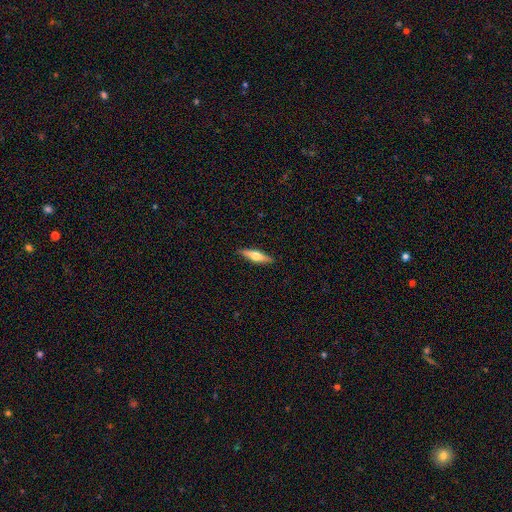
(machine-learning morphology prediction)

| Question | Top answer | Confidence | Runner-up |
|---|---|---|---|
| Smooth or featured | featured or disk | 51% | smooth (44%) |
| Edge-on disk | yes | 93% | no (7%) |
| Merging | none | 90% | minor disturbance (8%) |